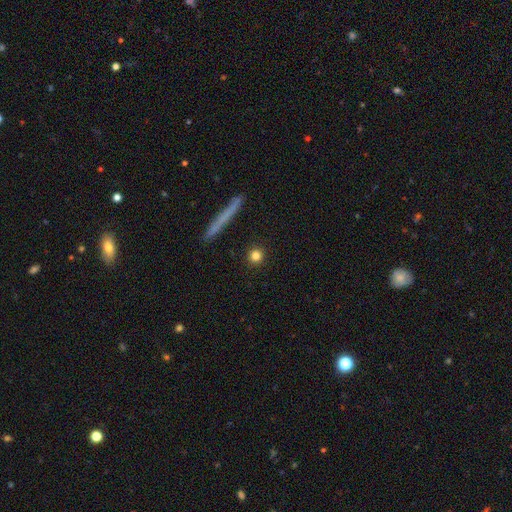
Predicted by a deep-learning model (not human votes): The model was most divided on "smooth or featured": smooth: 81%, star or artifact: 11%, featured or disk: 9%. More confident: how rounded — round (93%); merging — none (92%).